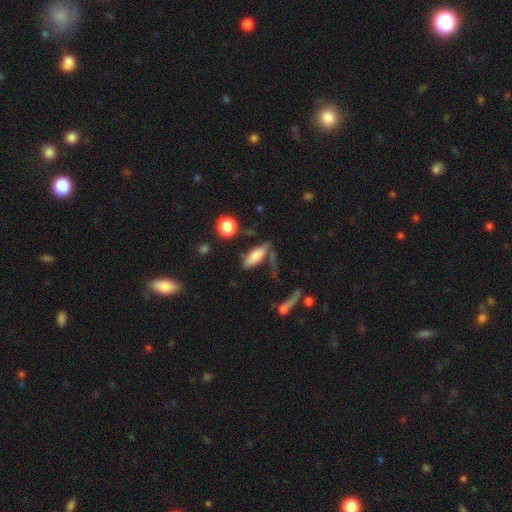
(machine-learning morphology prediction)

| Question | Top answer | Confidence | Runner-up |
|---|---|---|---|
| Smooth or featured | smooth | 73% | featured or disk (18%) |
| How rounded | in between | 58% | cigar-shaped (39%) |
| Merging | none | 56% | minor disturbance (21%) |